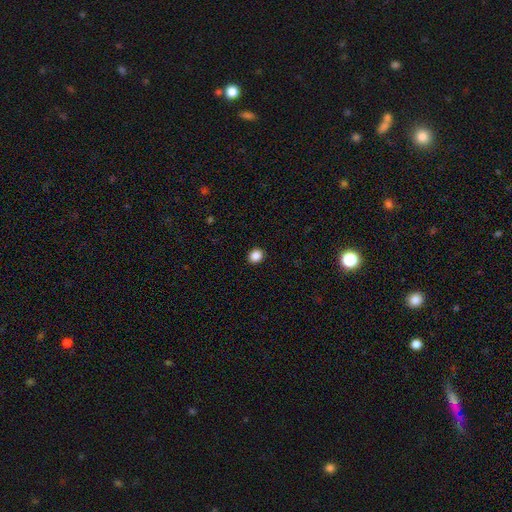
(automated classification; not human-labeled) smooth-or-featured: smooth: 87% | star or artifact: 10% | featured or disk: 3%
  how-rounded: round: 67% | in between: 32% | cigar-shaped: 1%
  merging: none: 92% | minor disturbance: 5% | major disturbance: 2% | merger: 1%